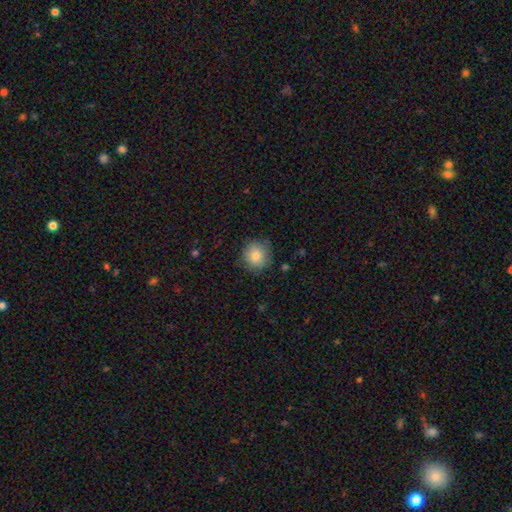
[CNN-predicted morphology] Smooth or featured? smooth (83%)
How rounded? round (92%)
Merging? none (81%)